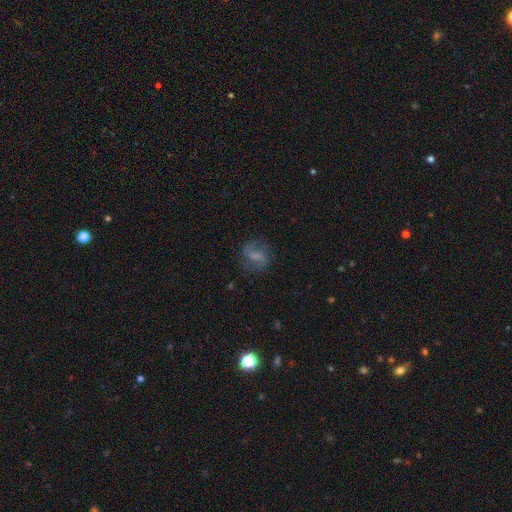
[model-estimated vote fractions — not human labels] smooth-or-featured: featured or disk: 56% | smooth: 34% | star or artifact: 10%
  disk-edge-on: no: 96% | yes: 4%
    bar: weak: 48% | strong: 27% | no: 25%
    has-spiral-arms: yes: 84% | no: 16%
    bulge-size: small: 34% | none: 30% | moderate: 28% | large: 7% | dominant: 1%
  merging: none: 70% | minor disturbance: 17% | major disturbance: 11% | merger: 2%